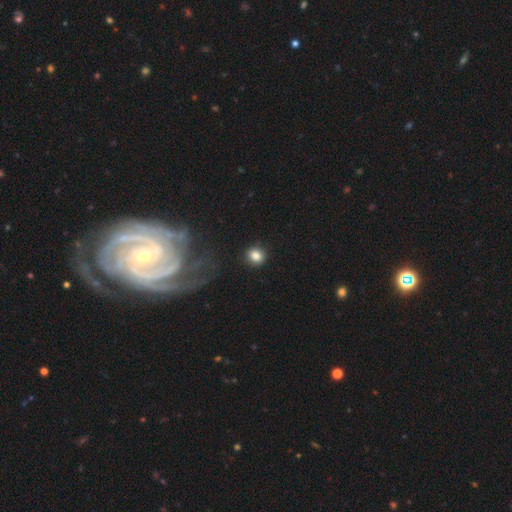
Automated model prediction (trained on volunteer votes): Q: Smooth or featured?
A: smooth (82%); runner-up: star or artifact (11%)
Q: How rounded?
A: round (84%); runner-up: in between (15%)
Q: Merging?
A: none (89%); runner-up: minor disturbance (7%)